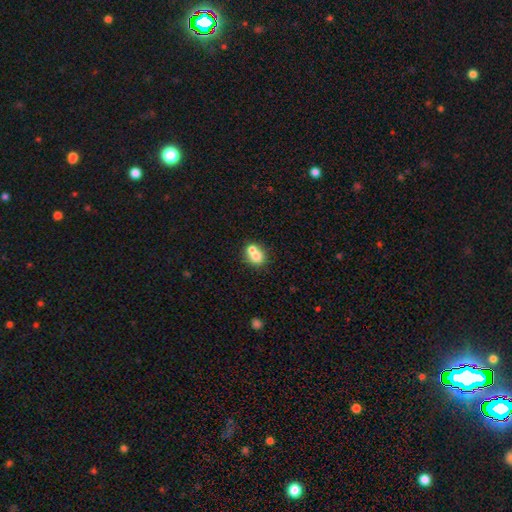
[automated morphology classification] The model was most divided on "merging": merger: 55%, none: 35%, minor disturbance: 7%, major disturbance: 3%. More confident: smooth or featured — smooth (71%); how rounded — round (70%).